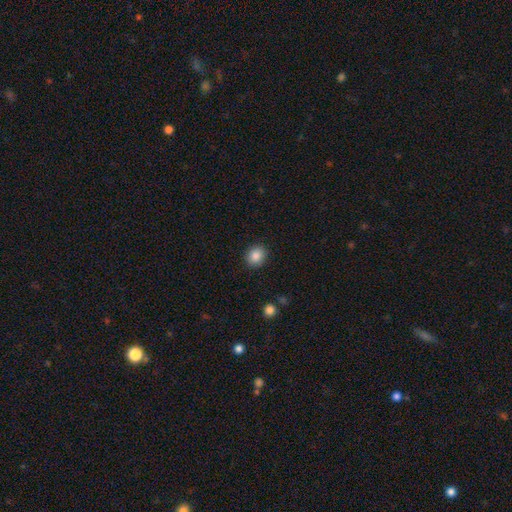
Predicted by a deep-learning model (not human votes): Smooth or featured: smooth — 87% (star or artifact — 9%)
How rounded: round — 65% (in between — 35%)
Merging: none — 89% (minor disturbance — 7%)